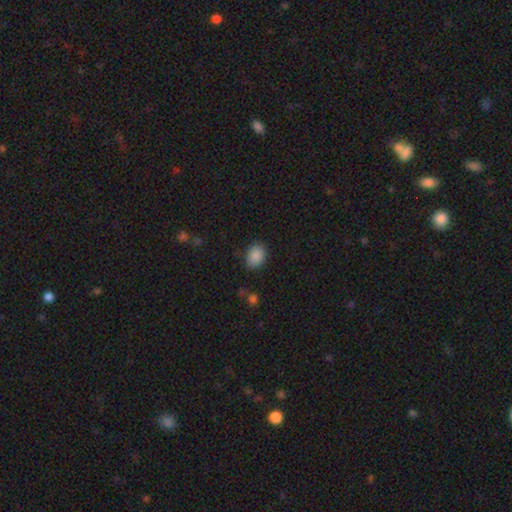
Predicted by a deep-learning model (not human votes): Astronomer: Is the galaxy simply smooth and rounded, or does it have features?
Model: smooth — 88%.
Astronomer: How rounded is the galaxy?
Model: in between — 68%.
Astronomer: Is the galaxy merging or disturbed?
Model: none — 84%.